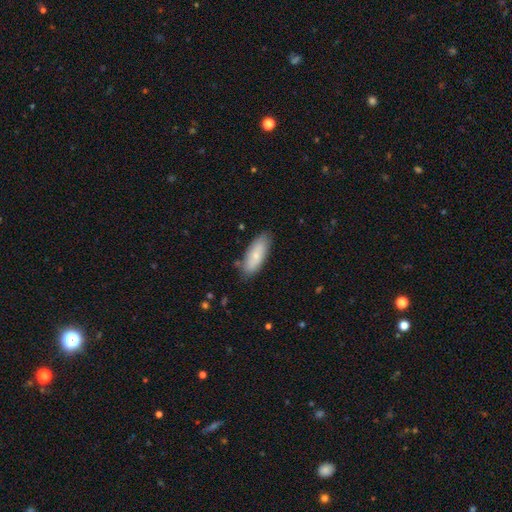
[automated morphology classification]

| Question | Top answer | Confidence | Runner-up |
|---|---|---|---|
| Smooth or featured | smooth | 73% | featured or disk (21%) |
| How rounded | in between | 74% | cigar-shaped (24%) |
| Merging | none | 80% | minor disturbance (15%) |